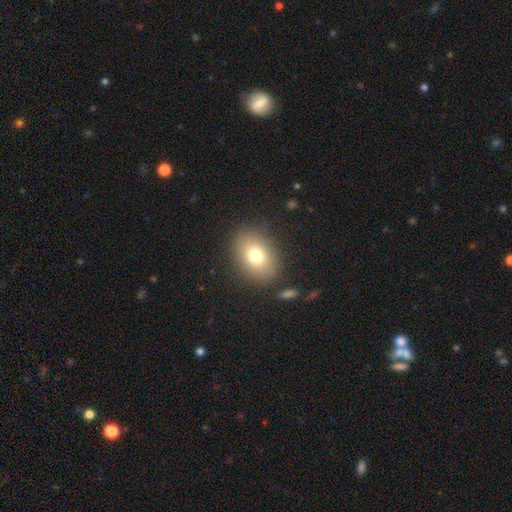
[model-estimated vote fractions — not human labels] Smooth or featured? smooth (77%)
How rounded? in between (60%)
Merging? none (84%)